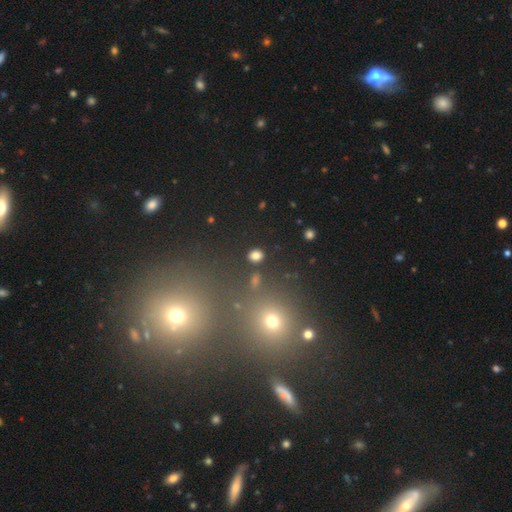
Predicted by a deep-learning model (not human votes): This appears to be a smooth galaxy with no disk features (80%) that is round (57%). Merging: none (87%).